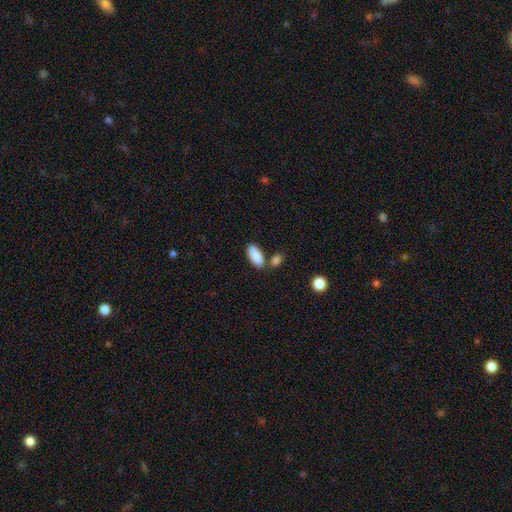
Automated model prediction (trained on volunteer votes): Smooth or featured: smooth — 89% (star or artifact — 6%)
How rounded: in between — 81% (cigar-shaped — 16%)
Merging: none — 71% (merger — 15%)